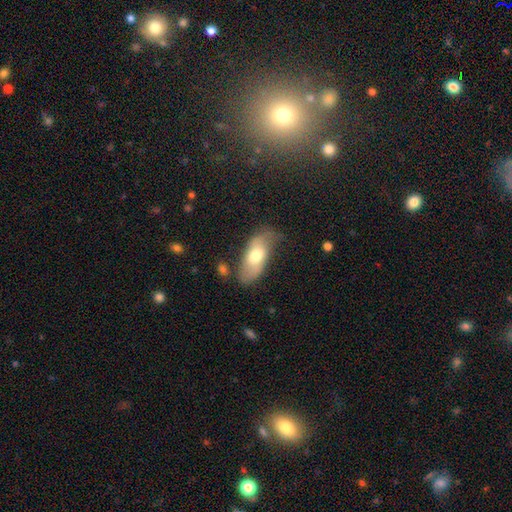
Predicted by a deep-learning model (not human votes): Smooth or featured?
  - smooth: 62% *
  - featured or disk: 32%
  - star or artifact: 6%
How rounded?
  - in between: 86% *
  - cigar-shaped: 11%
  - round: 3%
Merging?
  - none: 57% *
  - minor disturbance: 29%
  - major disturbance: 10%
  - merger: 4%